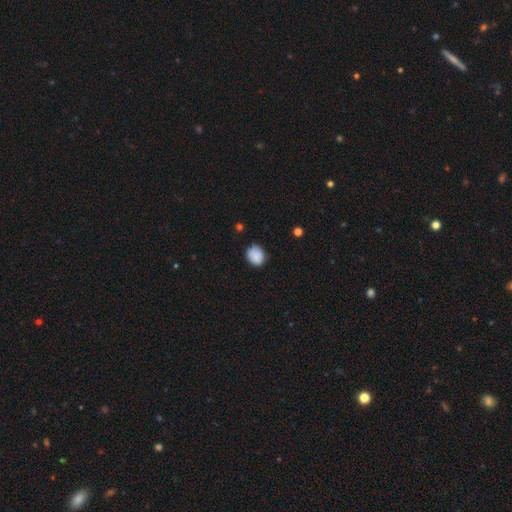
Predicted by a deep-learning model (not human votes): smooth 87%, star or artifact 8%, featured or disk 4%. Down the decision tree: how rounded — round (69%); merging — none (79%).